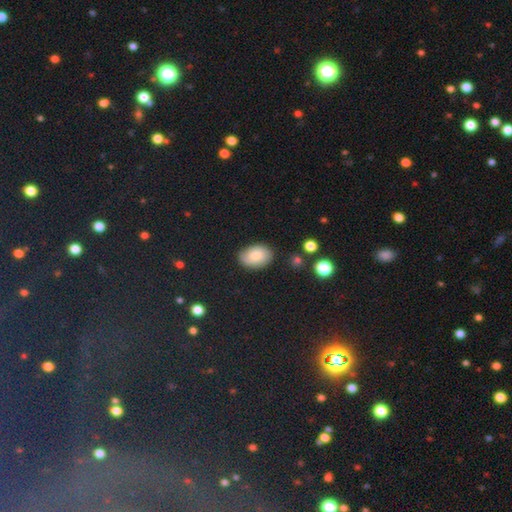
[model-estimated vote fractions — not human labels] Overall: smooth (63%; featured or disk 26%). How rounded: in between (84%). Merging: none (78%).